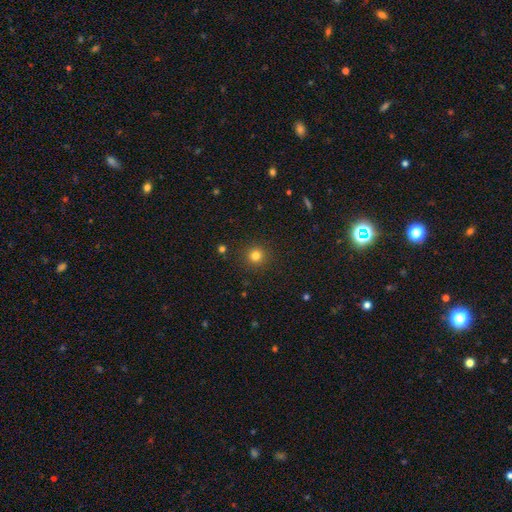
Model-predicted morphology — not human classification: smooth_or_featured: smooth (p=0.80) [alt: star or artifact p=0.14]
how_rounded: round (p=0.94) [alt: in between p=0.05]
merging: none (p=0.91) [alt: minor disturbance p=0.05]